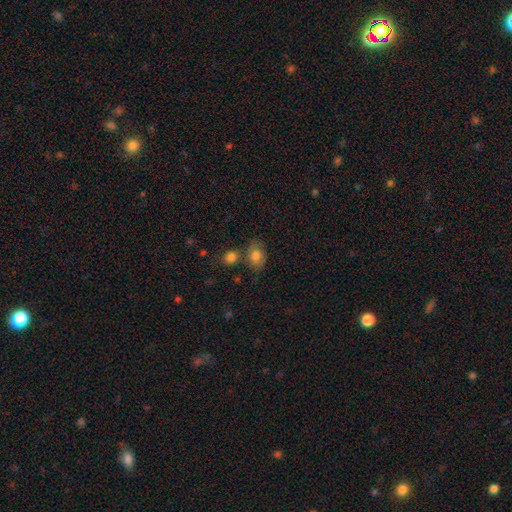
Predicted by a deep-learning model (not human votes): Overall: smooth (77%). How rounded: in between (65%; round 34%). Merging: none (59%).